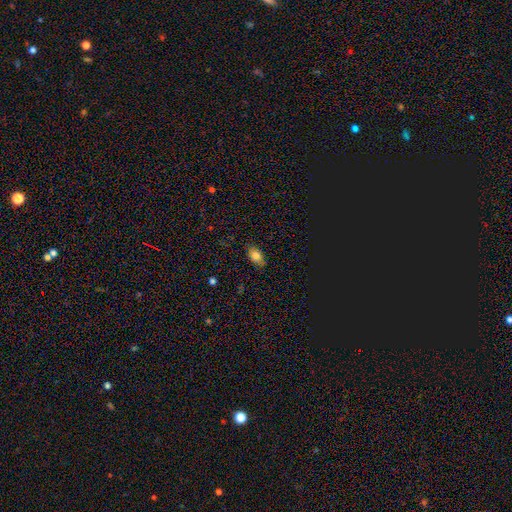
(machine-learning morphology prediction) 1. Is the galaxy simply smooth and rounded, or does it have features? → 80% smooth, 10% star or artifact, 10% featured or disk.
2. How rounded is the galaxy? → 83% in between, 14% round, 3% cigar-shaped.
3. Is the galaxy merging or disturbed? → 82% none, 14% minor disturbance, 3% major disturbance, 1% merger.